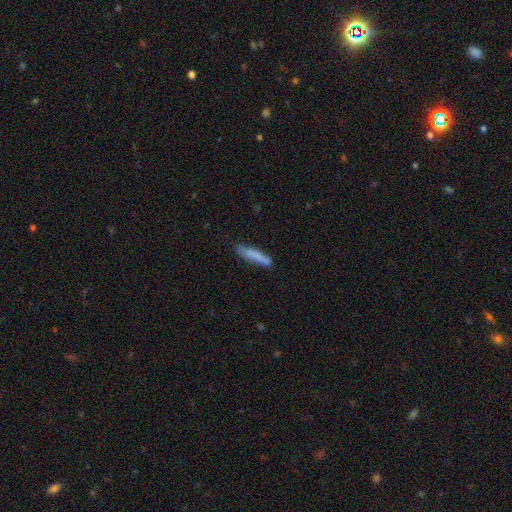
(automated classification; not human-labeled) Overall: smooth (78%). How rounded: cigar-shaped (87%). Merging: none (70%).